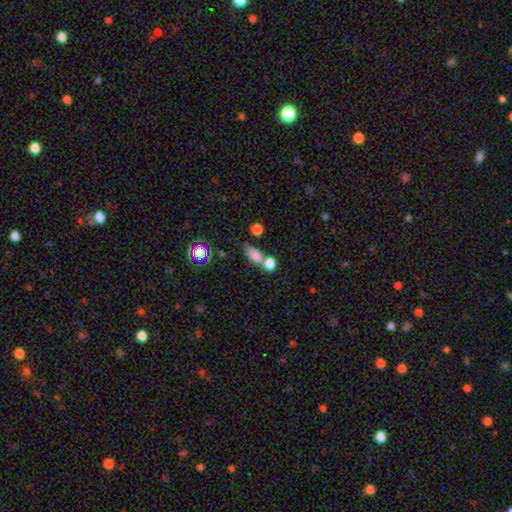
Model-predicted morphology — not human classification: The model was most divided on "merging": none: 48%, merger: 35%, minor disturbance: 12%, major disturbance: 5%. More confident: smooth or featured — smooth (76%); how rounded — in between (71%).